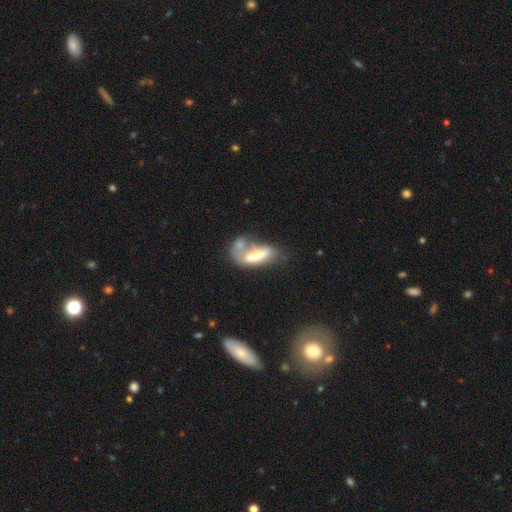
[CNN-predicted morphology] smooth-or-featured: smooth: 47% | featured or disk: 46% | star or artifact: 7%
  merging: merger: 43% | none: 23% | major disturbance: 19% | minor disturbance: 15%